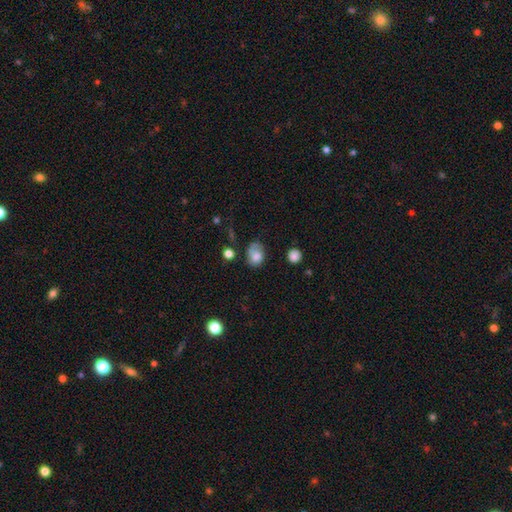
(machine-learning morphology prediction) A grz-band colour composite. It shows a smooth galaxy with no disk features (73%) that is in between round and cigar-shaped (62%). Merging: none (42%).